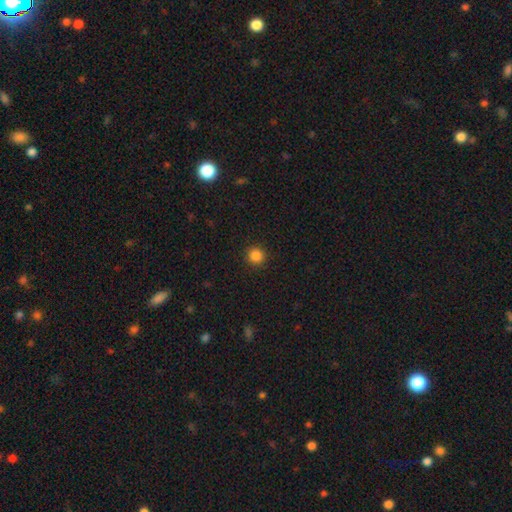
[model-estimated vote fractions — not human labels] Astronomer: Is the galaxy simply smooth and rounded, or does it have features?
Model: smooth — 85%.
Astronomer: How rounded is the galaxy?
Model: round — 94%.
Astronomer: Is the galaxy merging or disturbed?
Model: none — 92%.